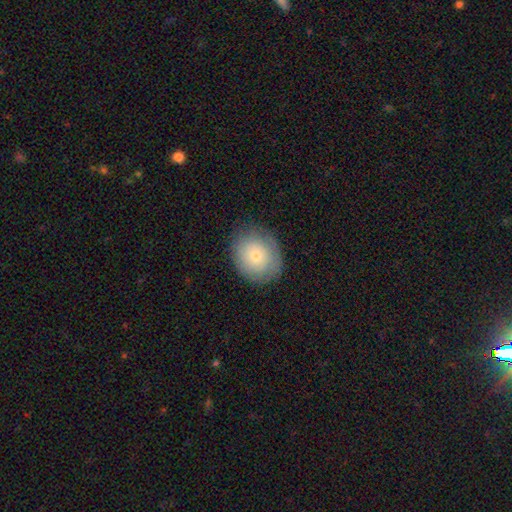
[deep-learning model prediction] Overall: smooth (69%). How rounded: round (59%; in between 40%). Merging: none (80%).